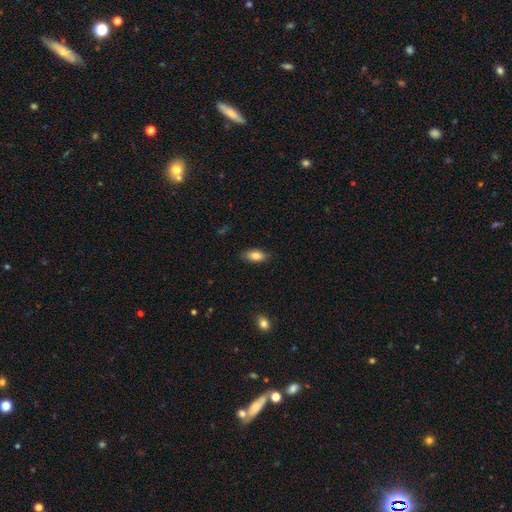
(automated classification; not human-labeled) Overall: smooth (82%). How rounded: in between (86%). Merging: none (84%).